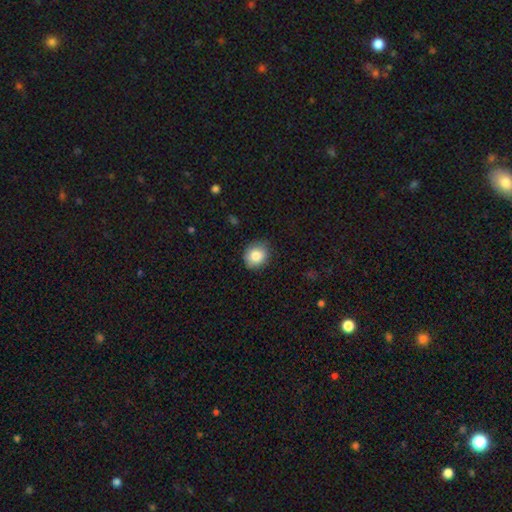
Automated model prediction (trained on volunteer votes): A smooth galaxy with no disk features (83%) that is round (70%).

Vote fractions:
- Smooth or featured? smooth: 83% / star or artifact: 9% / featured or disk: 9%
- How rounded? round: 70% / in between: 29% / cigar-shaped: 1%
- Merging? none: 82% / minor disturbance: 14% / major disturbance: 2% / merger: 1%